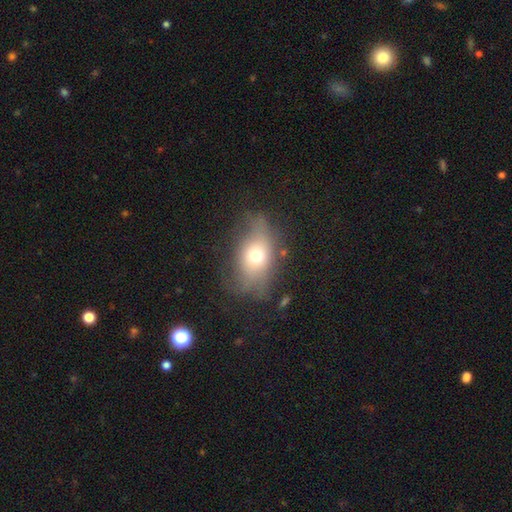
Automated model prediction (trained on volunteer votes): Smooth or featured? smooth (60%)
How rounded? in between (72%)
Merging? none (51%)